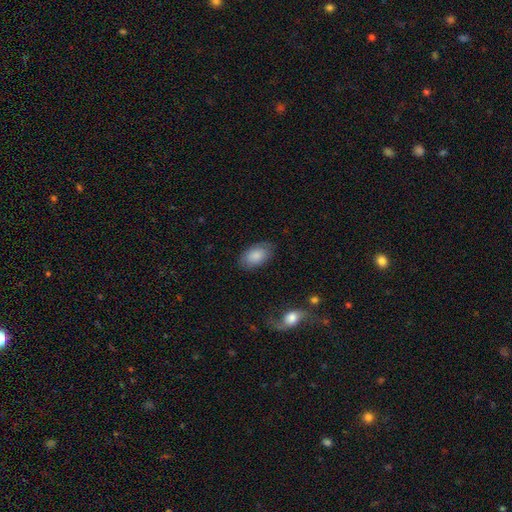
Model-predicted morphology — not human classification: type=smooth (85%); roundness=in between (93%); merging=none (82%).